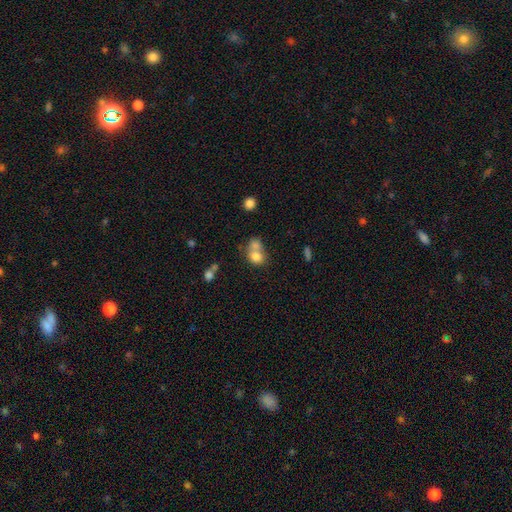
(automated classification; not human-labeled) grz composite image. It shows a smooth galaxy with no disk features (76%) that is round (57%). Merging: merger (58%).